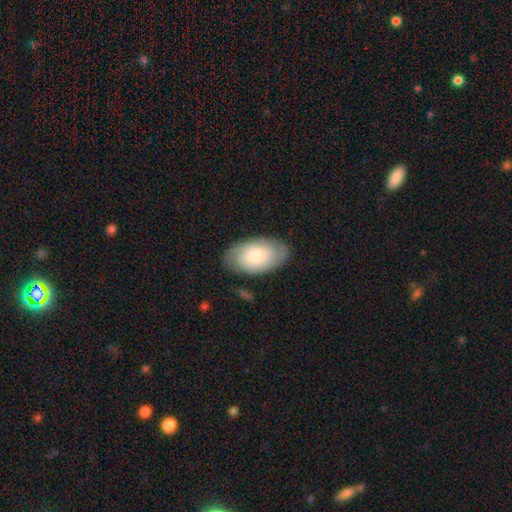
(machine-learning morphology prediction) smooth_or_featured: smooth (p=0.52) [alt: featured or disk p=0.42]
how_rounded: in between (p=0.92) [alt: round p=0.06]
merging: none (p=0.80) [alt: minor disturbance p=0.14]